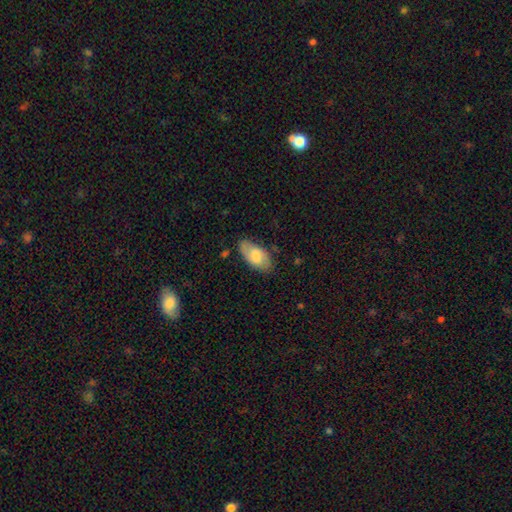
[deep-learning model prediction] Smooth or featured? smooth (64%)
How rounded? in between (94%)
Merging? none (76%)